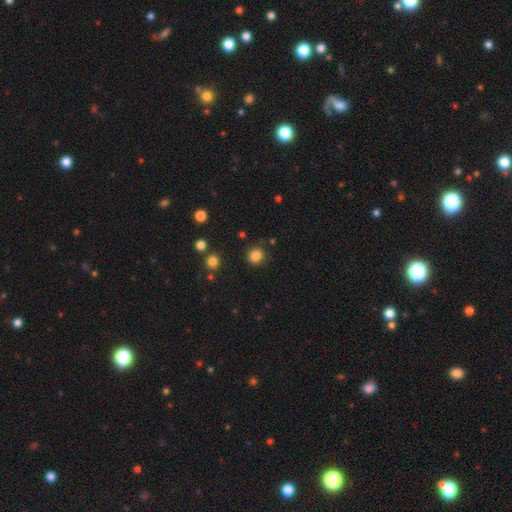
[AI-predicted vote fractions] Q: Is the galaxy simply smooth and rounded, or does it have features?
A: smooth — 84%.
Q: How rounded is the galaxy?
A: round — 86%.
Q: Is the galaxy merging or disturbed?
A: none — 87%.